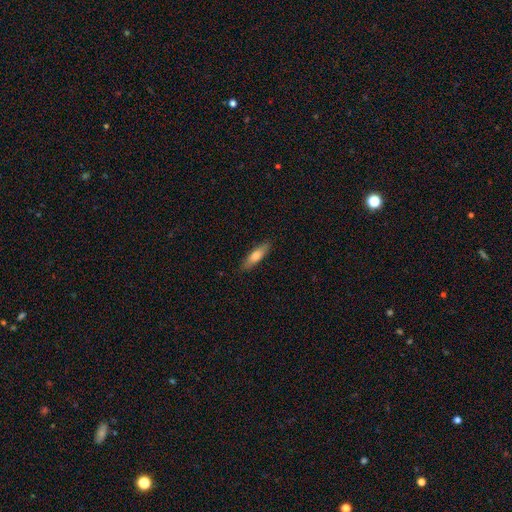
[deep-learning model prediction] A smooth galaxy with no disk features (70%) that is cigar-shaped (66%). Merging: none (87%).